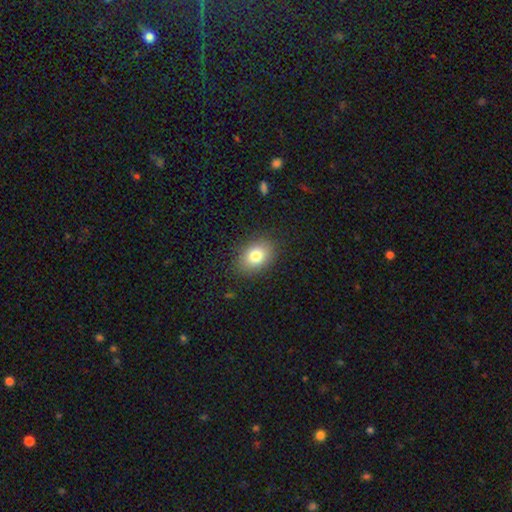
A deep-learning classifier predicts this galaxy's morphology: This is clearly a smooth galaxy (81%). How rounded: likely in between (75%). Merging: clearly none (86%).